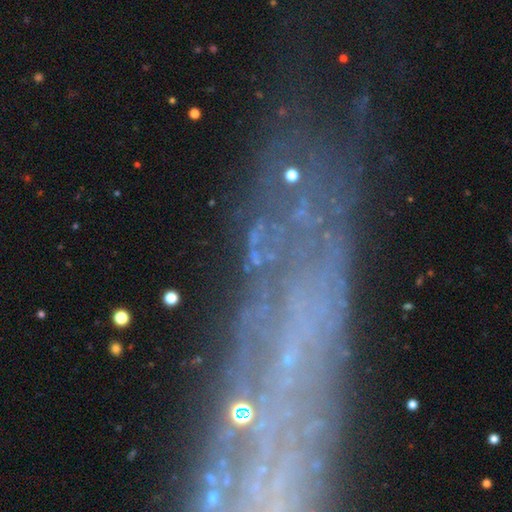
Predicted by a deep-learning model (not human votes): Smooth or featured? Predicted: featured or disk (p=0.52). Edge-on disk? Predicted: no (p=0.75). Merging? Predicted: none (p=0.63).